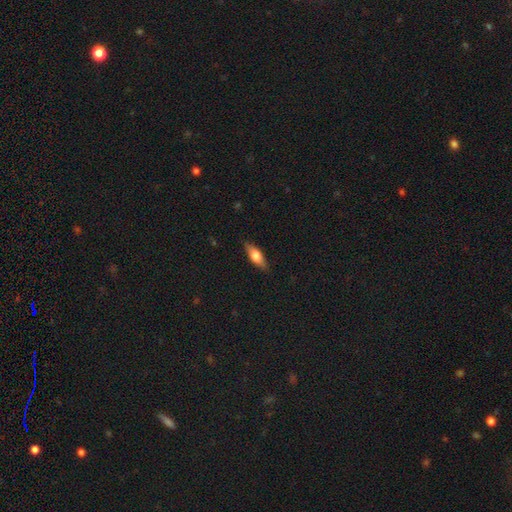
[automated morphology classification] Smooth or featured: smooth — 56% (featured or disk — 37%)
How rounded: in between — 57% (cigar-shaped — 39%)
Merging: none — 85% (minor disturbance — 12%)